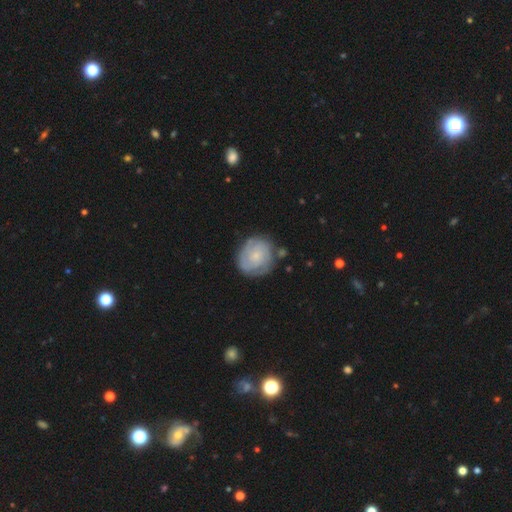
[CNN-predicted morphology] featured or disk 68%, smooth 26%, star or artifact 6%. Down the decision tree: edge-on disk — no (98%); bar — no (74%); spiral arms — yes (90%); spiral arm count — can't tell (36%); spiral winding — tight (71%); bulge size — small (71%); merging — none (76%).